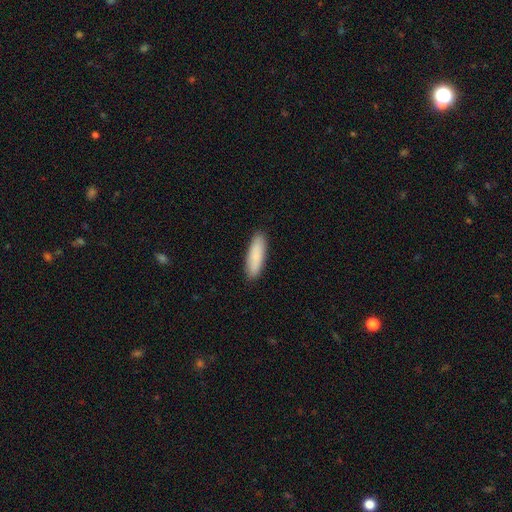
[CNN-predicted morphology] A smooth galaxy with no disk features (87%) that is cigar-shaped (55%).

Vote fractions:
- Smooth or featured? smooth: 87% / featured or disk: 8% / star or artifact: 6%
- How rounded? cigar-shaped: 55% / in between: 44% / round: 2%
- Merging? none: 90% / minor disturbance: 7% / major disturbance: 2% / merger: 1%